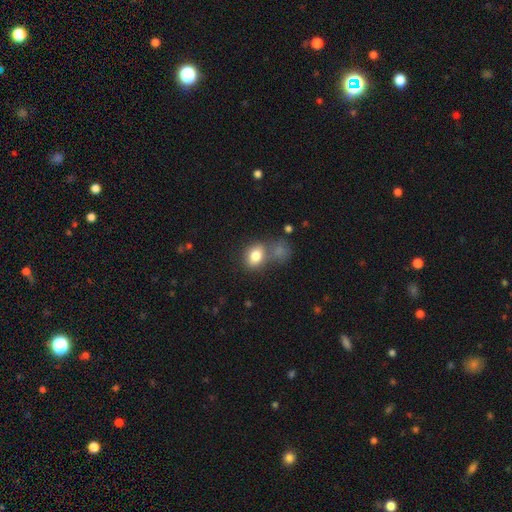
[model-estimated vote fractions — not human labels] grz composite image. It shows a smooth galaxy with no disk features (81%) that is in between round and cigar-shaped (65%). Merging: none (50%).